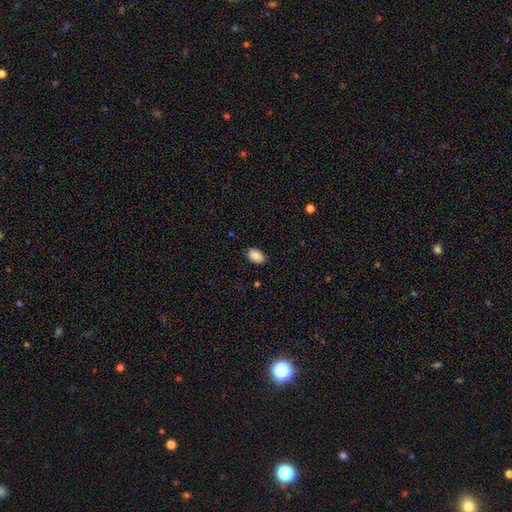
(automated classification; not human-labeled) smooth-or-featured: smooth: 88% | star or artifact: 7% | featured or disk: 4%
  how-rounded: in between: 89% | round: 10% | cigar-shaped: 1%
  merging: none: 84% | minor disturbance: 13% | major disturbance: 3% | merger: 1%